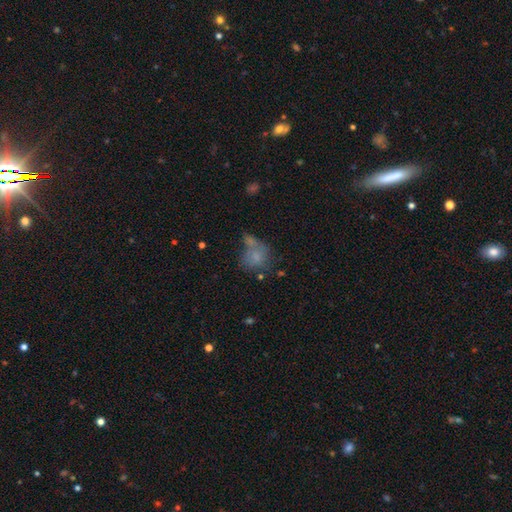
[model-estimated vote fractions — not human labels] smooth-or-featured: smooth: 68% | featured or disk: 19% | star or artifact: 13%
  how-rounded: round: 56% | in between: 42% | cigar-shaped: 2%
  merging: none: 34% | merger: 33% | minor disturbance: 18% | major disturbance: 15%